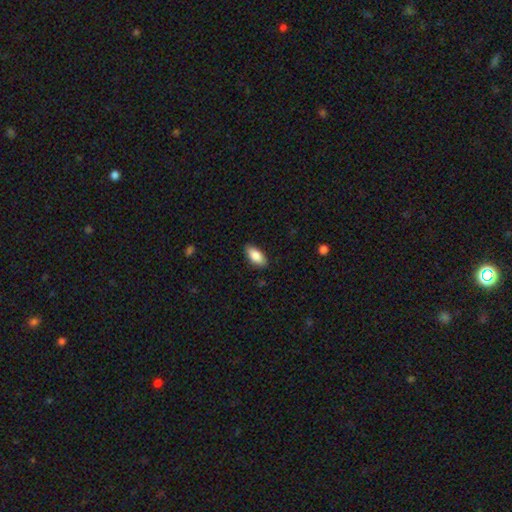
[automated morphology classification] This is clearly a smooth galaxy (86%). How rounded: clearly in between (89%). Merging: clearly none (88%).